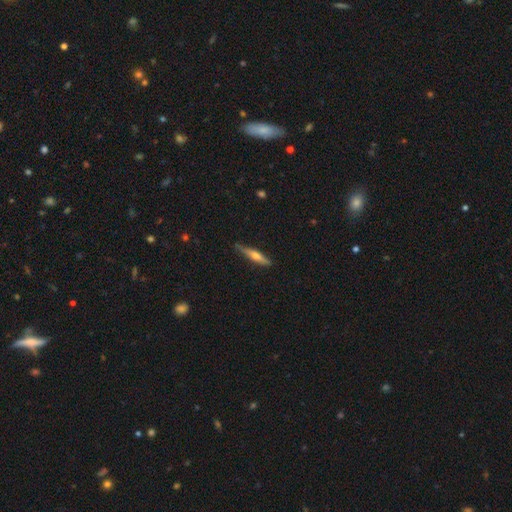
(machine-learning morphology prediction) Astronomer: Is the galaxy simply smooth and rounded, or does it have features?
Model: featured or disk — 54% (runner-up: smooth, 40%).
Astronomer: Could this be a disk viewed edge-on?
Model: yes — 95%.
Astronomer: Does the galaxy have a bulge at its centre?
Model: rounded — 89%.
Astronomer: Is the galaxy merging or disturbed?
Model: none — 81%.